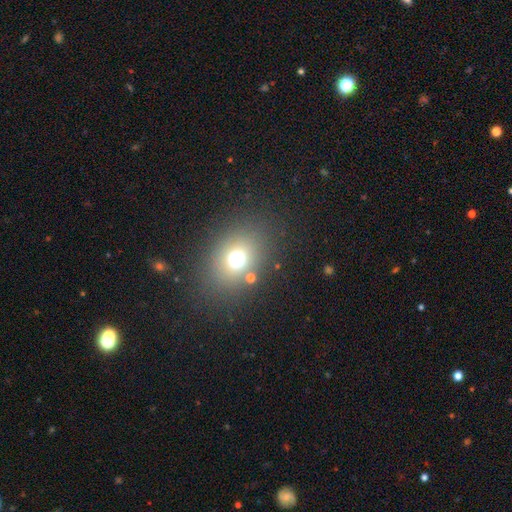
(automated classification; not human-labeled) This is likely a smooth galaxy (64%). How rounded: possibly in between (52%). Merging: clearly none (86%).